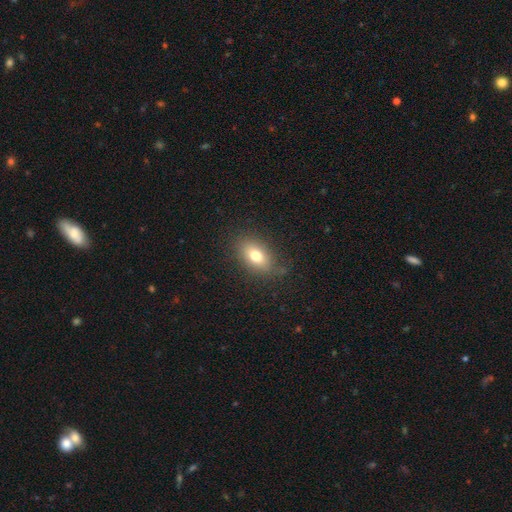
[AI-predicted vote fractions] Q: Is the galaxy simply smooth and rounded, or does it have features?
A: smooth — 75%.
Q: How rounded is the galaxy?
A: in between — 84%.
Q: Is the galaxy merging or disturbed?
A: none — 80%.